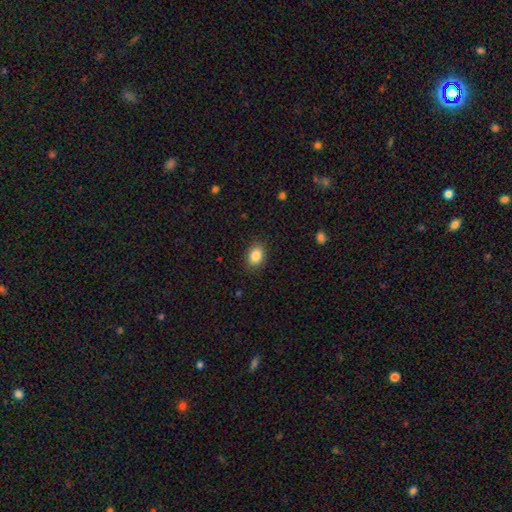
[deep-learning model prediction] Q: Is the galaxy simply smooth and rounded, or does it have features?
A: smooth — 86%.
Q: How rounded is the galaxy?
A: in between — 60%.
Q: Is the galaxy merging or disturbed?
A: none — 87%.